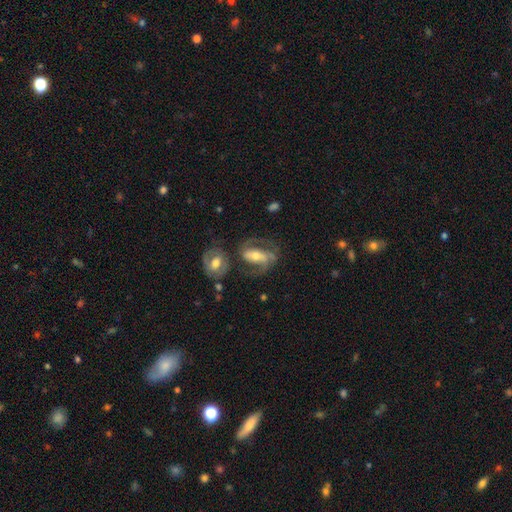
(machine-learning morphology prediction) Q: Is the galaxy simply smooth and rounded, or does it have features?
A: featured or disk — 79%.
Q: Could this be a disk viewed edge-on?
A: no — 95%.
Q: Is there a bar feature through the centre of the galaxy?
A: strong — 43%.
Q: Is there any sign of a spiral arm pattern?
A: yes — 91%.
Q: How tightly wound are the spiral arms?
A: medium — 52%.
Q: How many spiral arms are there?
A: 2 — 81%.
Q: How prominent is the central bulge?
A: moderate — 59%.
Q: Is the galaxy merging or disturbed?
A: none — 50%.